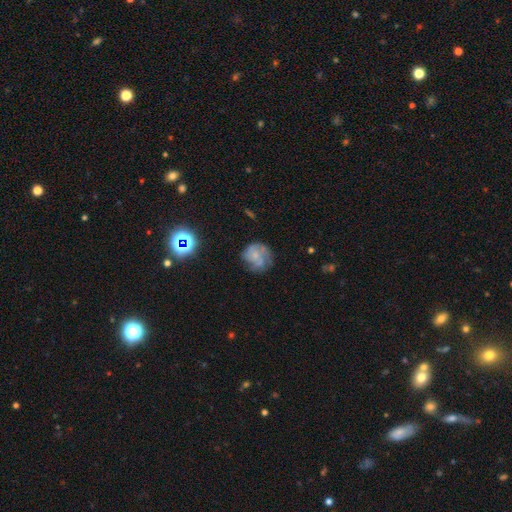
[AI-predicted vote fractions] A featured or disk galaxy (58%) with no bar (81%), spiral arms (73%) and a small central bulge (44%). Merging: none (59%).